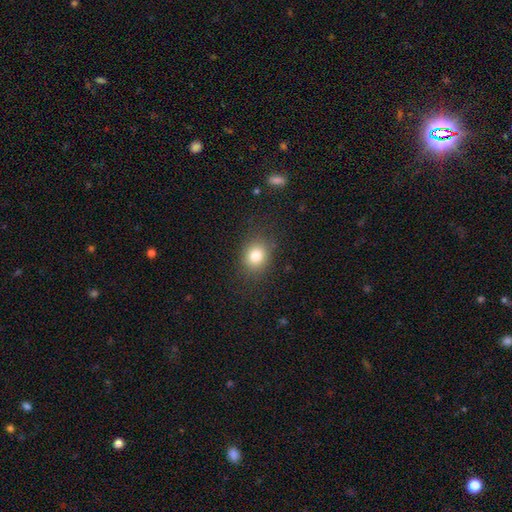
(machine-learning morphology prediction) smooth-or-featured: smooth: 80% | star or artifact: 12% | featured or disk: 8%
  how-rounded: round: 62% | in between: 37% | cigar-shaped: 1%
  merging: none: 83% | minor disturbance: 11% | major disturbance: 5% | merger: 1%